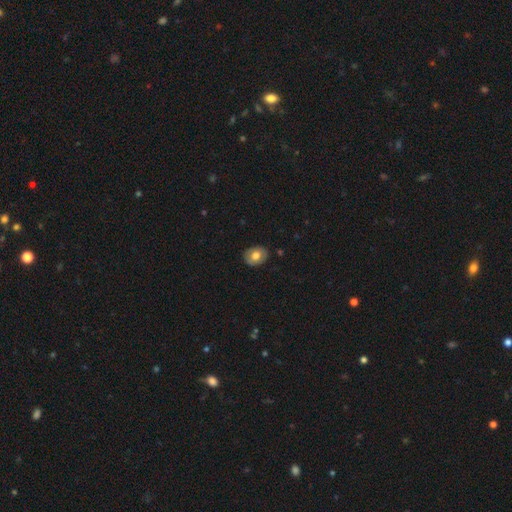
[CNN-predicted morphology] The model was most divided on "how rounded": in between: 58%, round: 41%, cigar-shaped: 1%. More confident: merging — none (85%); smooth or featured — smooth (69%).